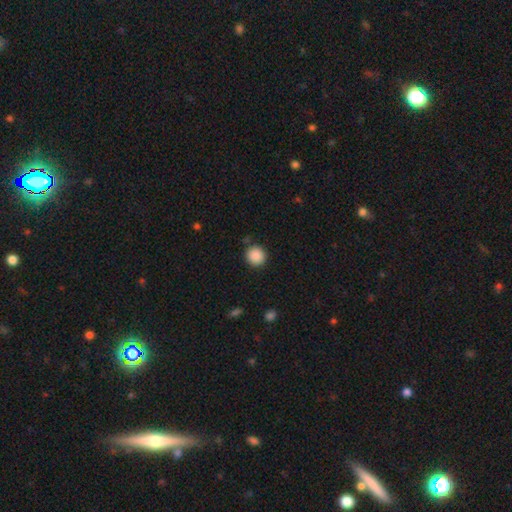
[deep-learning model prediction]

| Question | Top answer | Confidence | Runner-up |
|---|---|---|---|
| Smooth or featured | smooth | 88% | star or artifact (9%) |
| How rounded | round | 93% | in between (6%) |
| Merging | none | 88% | minor disturbance (7%) |